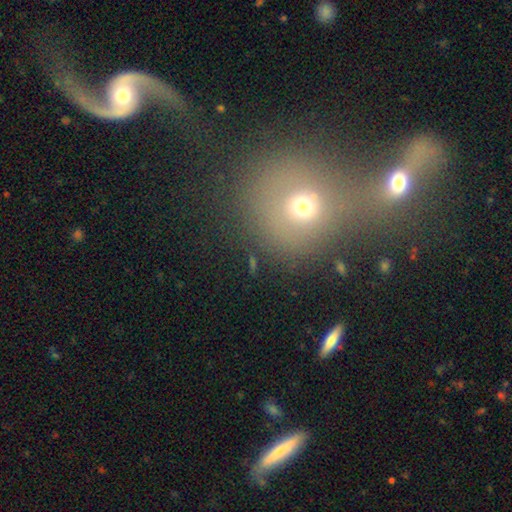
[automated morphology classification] featured or disk 41% (tied), smooth 41% (tied), star or artifact 18%. Down the decision tree: merging — none (57%).